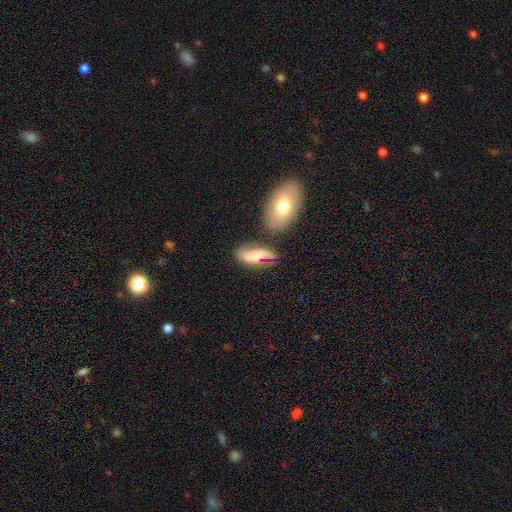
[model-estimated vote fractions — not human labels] featured or disk 53%, smooth 39%, star or artifact 9%. Down the decision tree: edge-on disk — no (89%); merging — none (50%).